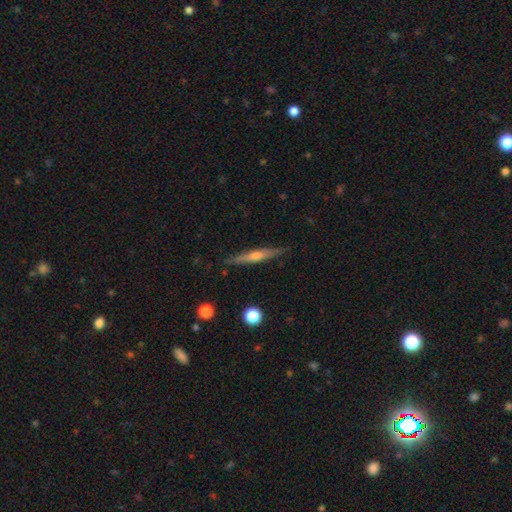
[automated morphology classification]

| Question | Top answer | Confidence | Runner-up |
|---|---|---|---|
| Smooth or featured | featured or disk | 68% | smooth (25%) |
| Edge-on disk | yes | 97% | no (3%) |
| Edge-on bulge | rounded | 78% | none (15%) |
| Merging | none | 89% | minor disturbance (8%) |